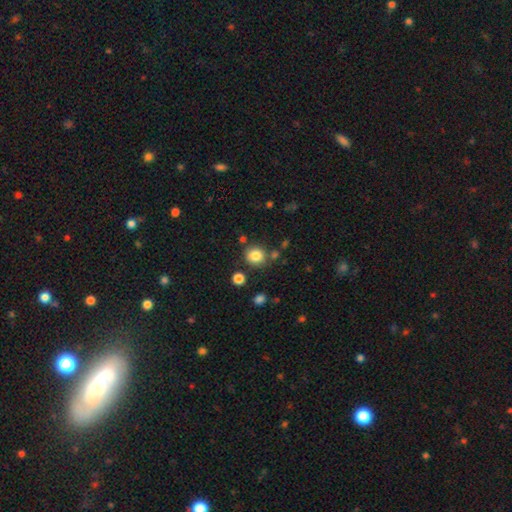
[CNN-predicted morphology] smooth_or_featured: smooth (p=0.83) [alt: star or artifact p=0.11]
how_rounded: round (p=0.86) [alt: in between p=0.14]
merging: none (p=0.80) [alt: minor disturbance p=0.10]